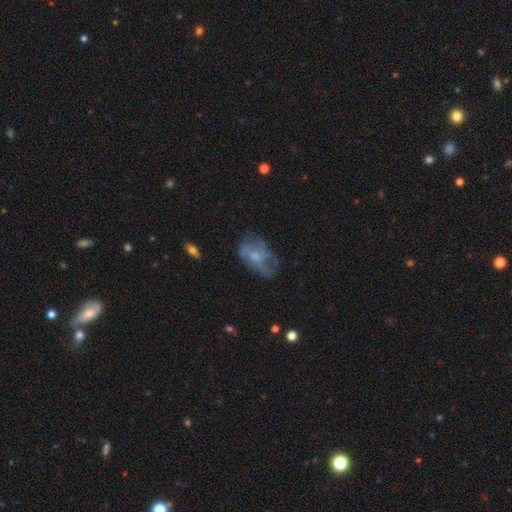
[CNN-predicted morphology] A featured or disk galaxy (56%) with no bar (75%), no spiral arms (52%) and a small central bulge (48%).

Vote fractions:
- Smooth or featured? featured or disk: 56% / smooth: 34% / star or artifact: 10%
- Edge-on disk? no: 96% / yes: 4%
- Bar? no: 75% / weak: 21% / strong: 3%
- Spiral arms? no: 52% / yes: 48%
- Bulge size? small: 48% / moderate: 36% / none: 12% / large: 3% / dominant: 1%
- Merging? none: 46% / minor disturbance: 26% / major disturbance: 25% / merger: 3%